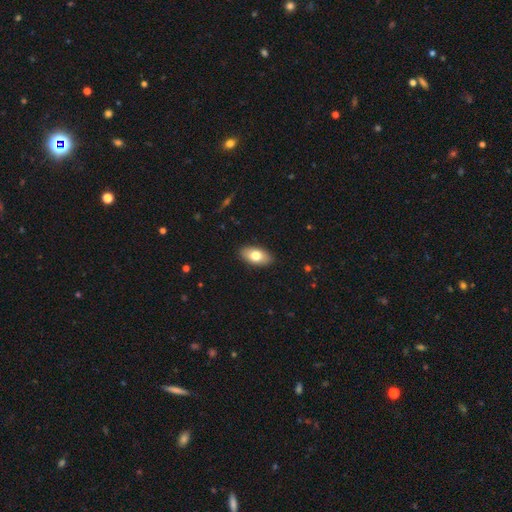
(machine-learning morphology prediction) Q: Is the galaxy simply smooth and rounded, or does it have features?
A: smooth — 75%.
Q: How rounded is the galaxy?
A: in between — 92%.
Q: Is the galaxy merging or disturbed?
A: none — 90%.